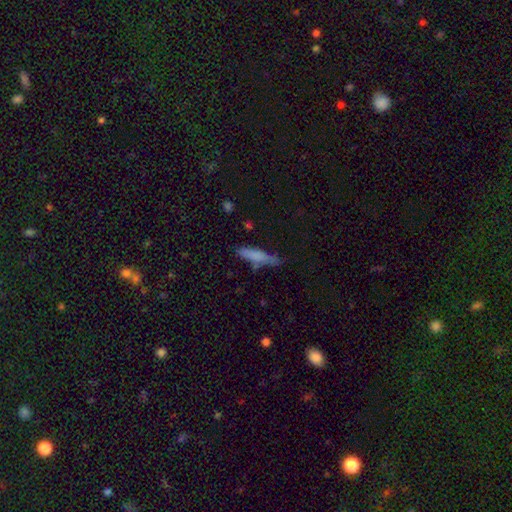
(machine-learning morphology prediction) A smooth galaxy with no disk features (74%) that is cigar-shaped (84%).

Vote fractions:
- Smooth or featured? smooth: 74% / featured or disk: 19% / star or artifact: 7%
- How rounded? cigar-shaped: 84% / in between: 15% / round: 2%
- Merging? none: 65% / minor disturbance: 24% / major disturbance: 6% / merger: 5%